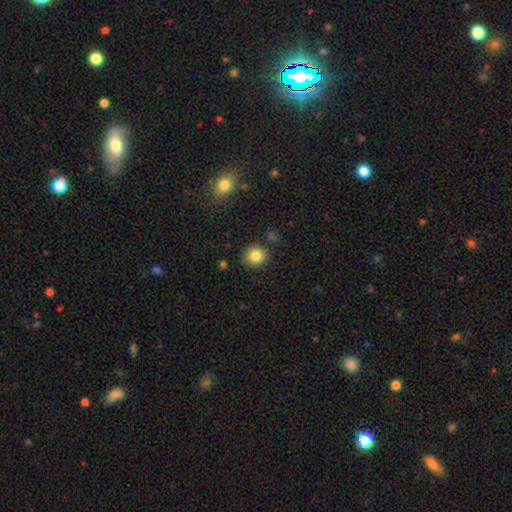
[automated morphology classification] Smooth or featured: smooth — 83% (star or artifact — 10%)
How rounded: round — 81% (in between — 18%)
Merging: none — 84% (minor disturbance — 11%)